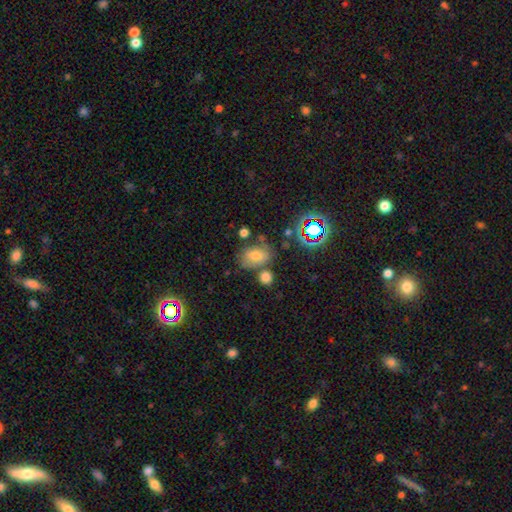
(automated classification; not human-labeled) Smooth or featured? smooth (66%)
How rounded? in between (78%)
Merging? none (61%)